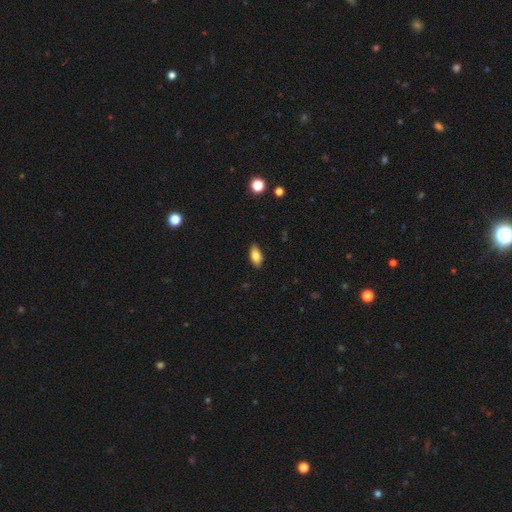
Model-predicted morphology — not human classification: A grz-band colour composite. It shows a smooth galaxy with no disk features (83%) that is in between round and cigar-shaped (91%). Merging: none (88%).